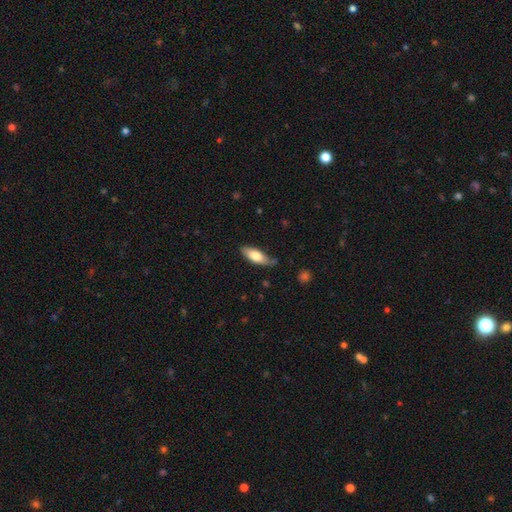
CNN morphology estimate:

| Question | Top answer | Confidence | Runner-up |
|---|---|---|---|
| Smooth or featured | smooth | 72% | featured or disk (22%) |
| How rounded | in between | 68% | cigar-shaped (30%) |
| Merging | none | 69% | minor disturbance (24%) |